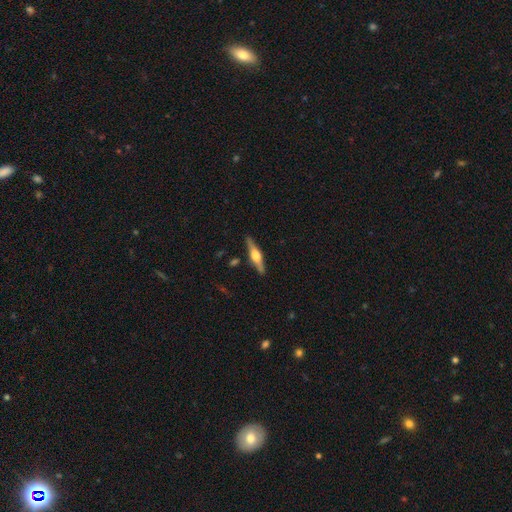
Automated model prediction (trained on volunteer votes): smooth_or_featured: featured or disk (p=0.73) [alt: smooth p=0.22]
disk_edge_on: yes (p=0.97) [alt: no p=0.03]
edge_on_bulge: rounded (p=0.92) [alt: boxy p=0.06]
merging: none (p=0.89) [alt: minor disturbance p=0.08]